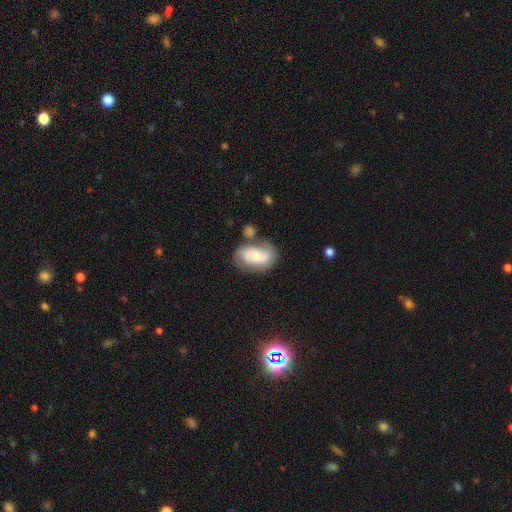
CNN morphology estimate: Smooth or featured? featured or disk (54%)
Edge-on disk? no (95%)
Bar? no (63%)
Spiral arms? yes (76%)
Bulge size? moderate (55%)
Merging? none (55%)